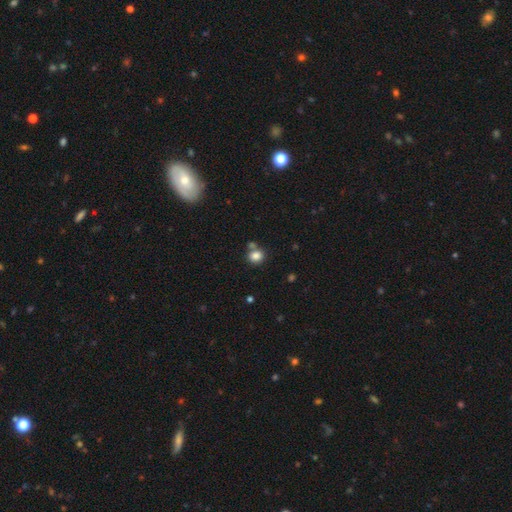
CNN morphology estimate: smooth-or-featured: smooth: 84% | star or artifact: 11% | featured or disk: 5%
  how-rounded: round: 75% | in between: 24% | cigar-shaped: 1%
  merging: none: 66% | merger: 20% | minor disturbance: 11% | major disturbance: 4%